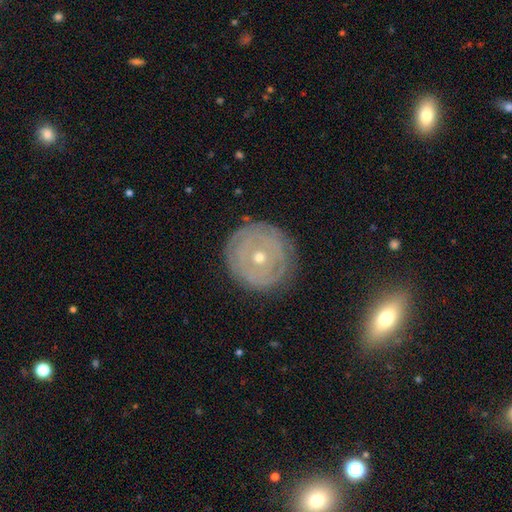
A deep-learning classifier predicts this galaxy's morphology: Overall: featured or disk (69%). Edge-on disk: no (95%). Bar: no (81%). Spiral arms: yes (67%; no 33%). Bulge size: small (63%; moderate 34%). Merging: none (85%).